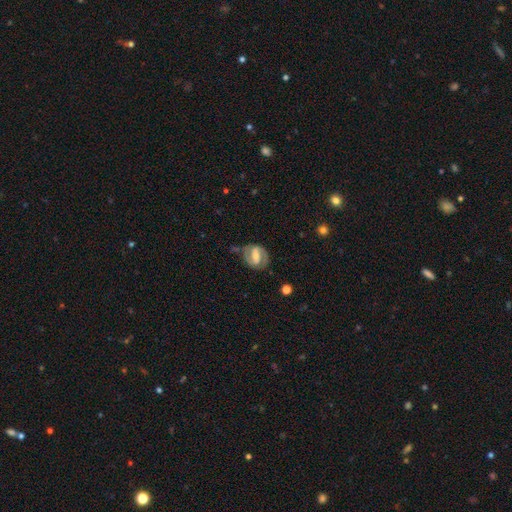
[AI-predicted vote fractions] Smooth or featured? featured or disk (79%)
Edge-on disk? no (97%)
Bar? strong (50%)
Spiral arms? yes (91%)
Spiral winding? medium (49%)
Spiral arm count? 2 (88%)
Bulge size? moderate (45%)
Merging? none (69%)